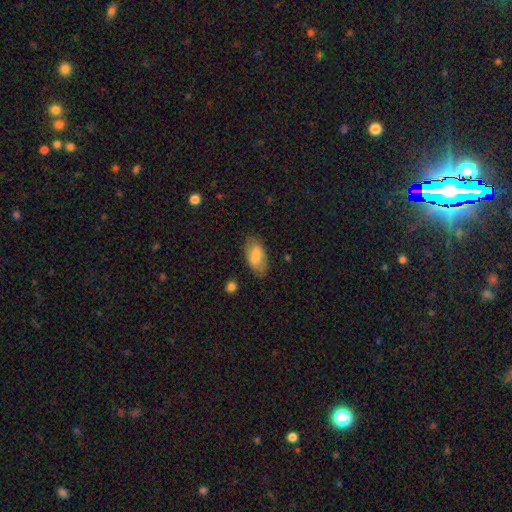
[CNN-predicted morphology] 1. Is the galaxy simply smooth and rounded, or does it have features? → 71% smooth, 22% featured or disk, 7% star or artifact.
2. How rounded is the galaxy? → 91% in between, 5% cigar-shaped, 3% round.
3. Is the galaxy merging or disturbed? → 78% none, 16% minor disturbance, 4% major disturbance, 1% merger.